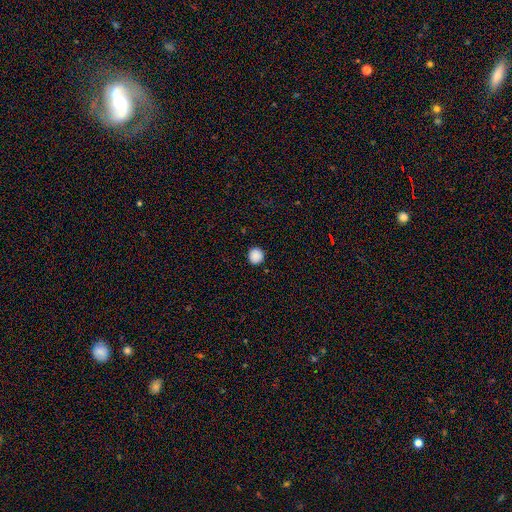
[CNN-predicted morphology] smooth-or-featured: smooth: 88% | star or artifact: 9% | featured or disk: 2%
  how-rounded: round: 91% | in between: 8% | cigar-shaped: 1%
  merging: none: 91% | minor disturbance: 6% | major disturbance: 2% | merger: 1%